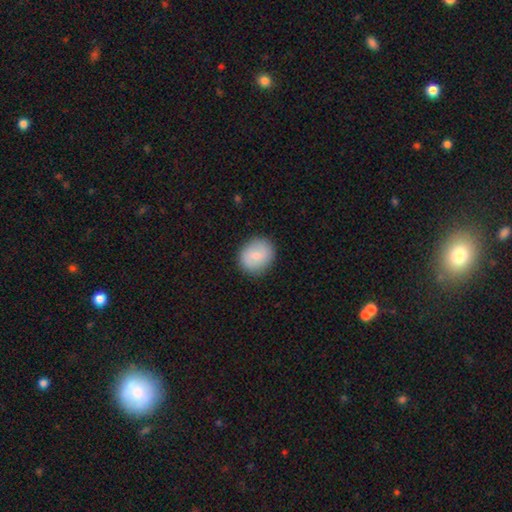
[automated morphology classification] This appears to be a smooth galaxy with no disk features (75%) that is round (73%). Merging: none (87%).